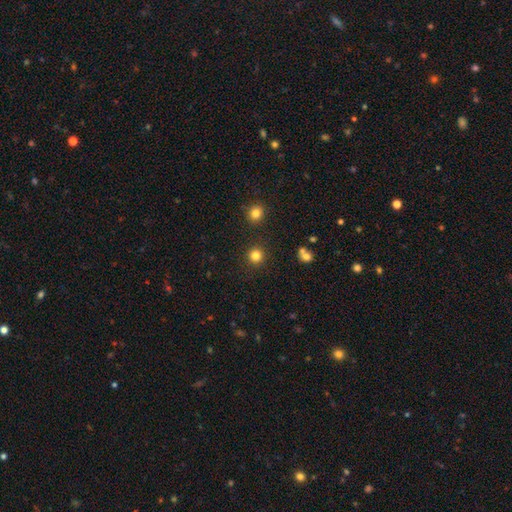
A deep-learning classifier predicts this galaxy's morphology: A smooth galaxy with no disk features (82%) that is round (94%). Merging: none (90%).